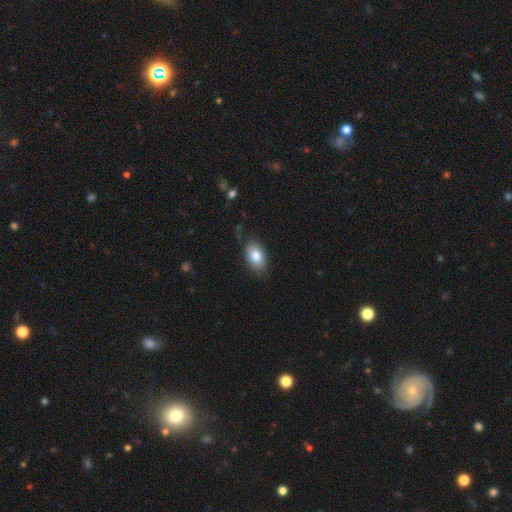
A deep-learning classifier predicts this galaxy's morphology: A smooth galaxy with no disk features (84%) that is in between round and cigar-shaped (92%). Merging: none (78%).